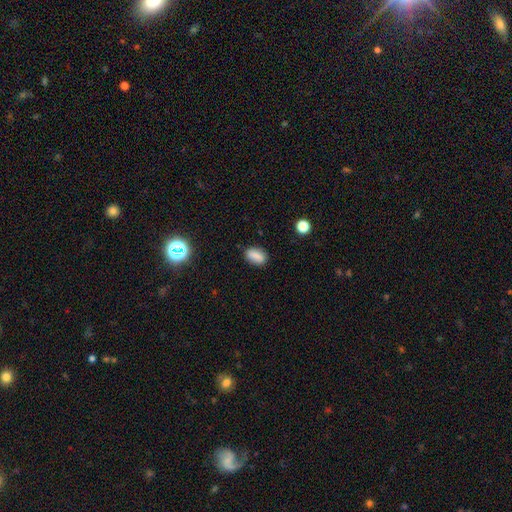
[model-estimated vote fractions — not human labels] Morphology: type=smooth (84%); roundness=in between (84%); merging=none (83%).